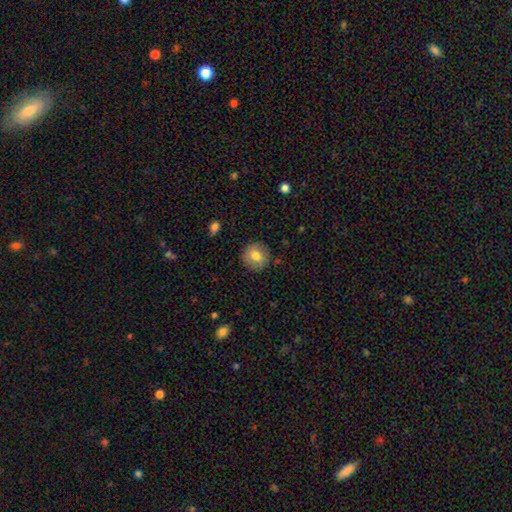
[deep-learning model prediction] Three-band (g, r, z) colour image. It shows a smooth galaxy with no disk features (74%) that is round (93%). Merging: none (87%).